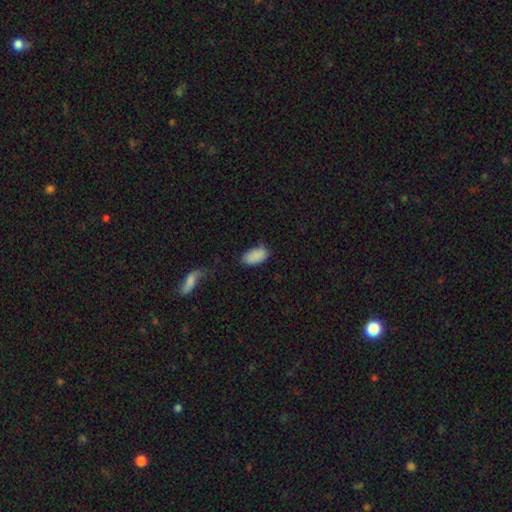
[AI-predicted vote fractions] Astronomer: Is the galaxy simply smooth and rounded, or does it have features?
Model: smooth — 86%.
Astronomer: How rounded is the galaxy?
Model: in between — 94%.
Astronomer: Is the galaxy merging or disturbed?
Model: none — 59%.